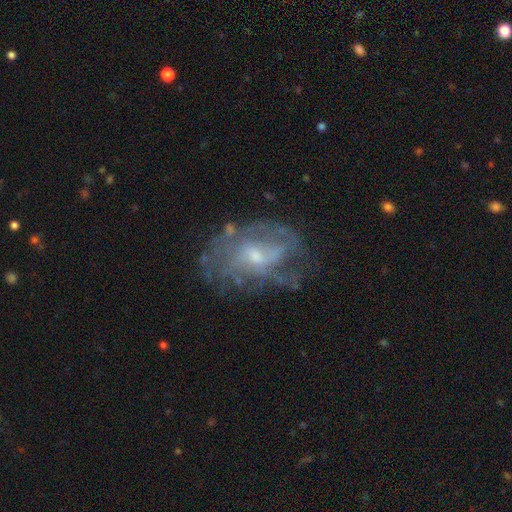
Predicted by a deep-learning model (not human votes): Overall: featured or disk (73%). Edge-on disk: no (96%). Bar: no (59%; weak 35%). Spiral arms: yes (62%; no 38%). Bulge size: small (57%; moderate 35%). Merging: none (57%; minor disturbance 22%).